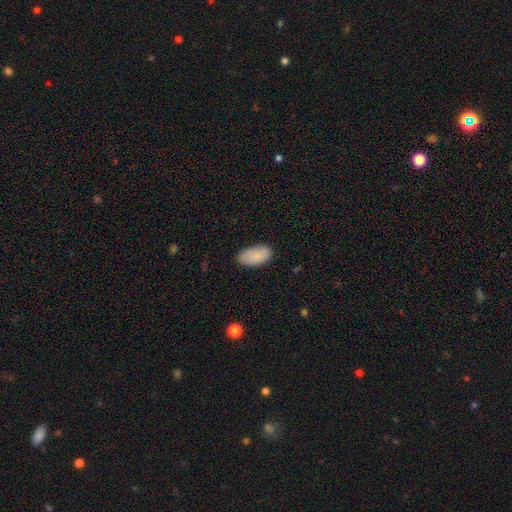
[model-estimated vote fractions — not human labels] Q: Smooth or featured?
A: smooth (87%); runner-up: featured or disk (7%)
Q: How rounded?
A: in between (95%); runner-up: cigar-shaped (3%)
Q: Merging?
A: none (81%); runner-up: minor disturbance (15%)